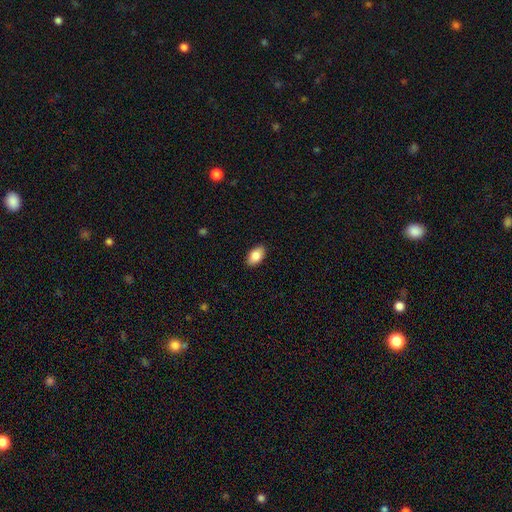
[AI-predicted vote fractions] Morphology: type=smooth (85%); roundness=in between (93%); merging=none (89%).